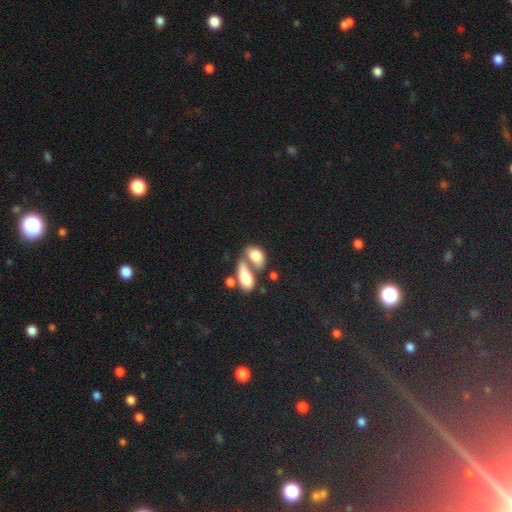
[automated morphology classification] Smooth or featured? Predicted: smooth (p=0.79). How rounded? Predicted: in between (p=0.89). Merging? Predicted: merger (p=0.61).